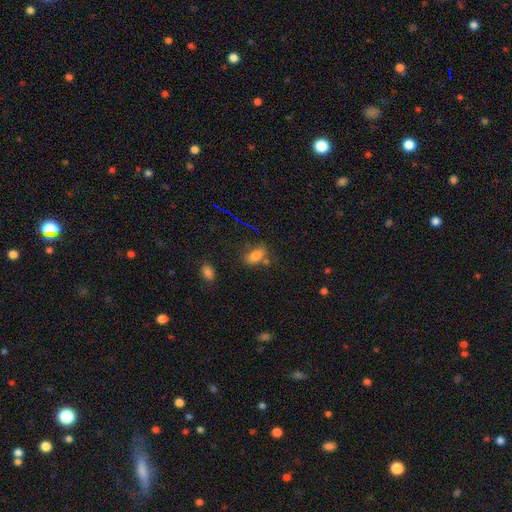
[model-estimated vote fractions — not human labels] This appears to be a smooth galaxy with no disk features (77%) that is in between round and cigar-shaped (87%). Merging: none (60%).